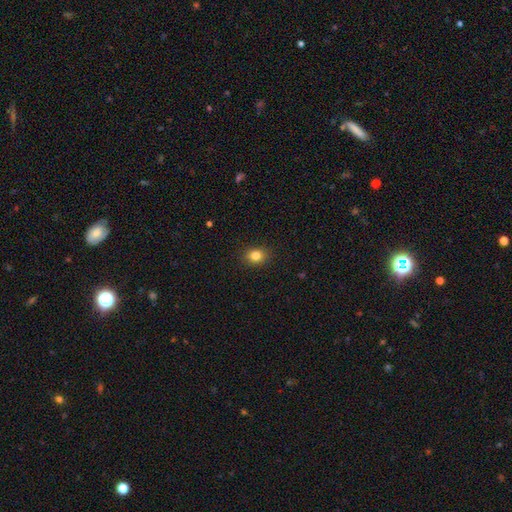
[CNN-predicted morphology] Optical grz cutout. It shows a smooth galaxy with no disk features (83%) that is round (65%). Merging: none (90%).